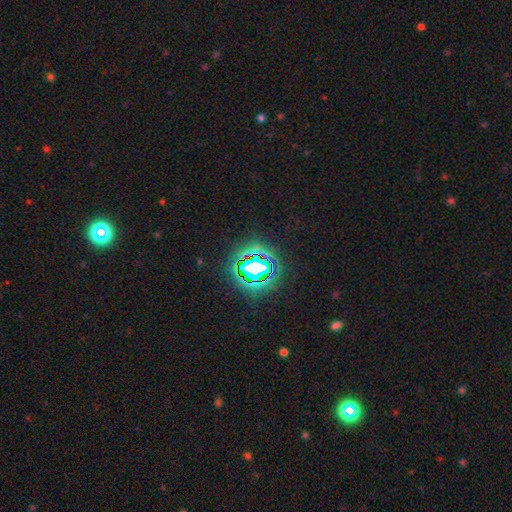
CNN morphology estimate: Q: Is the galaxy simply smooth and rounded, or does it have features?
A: star or artifact — 81%.